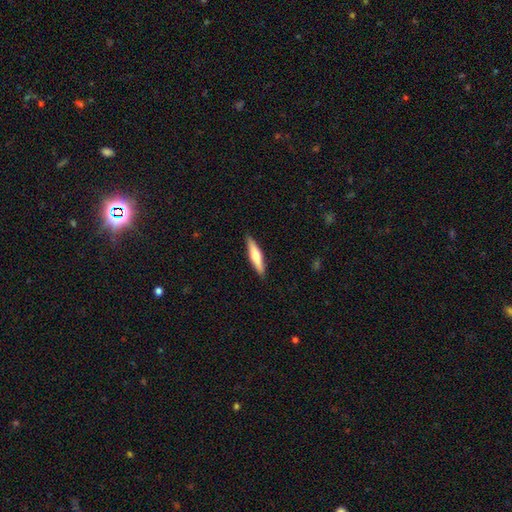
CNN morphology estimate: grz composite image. It shows a smooth galaxy with no disk features (52%) that is cigar-shaped (83%). Merging: none (89%).